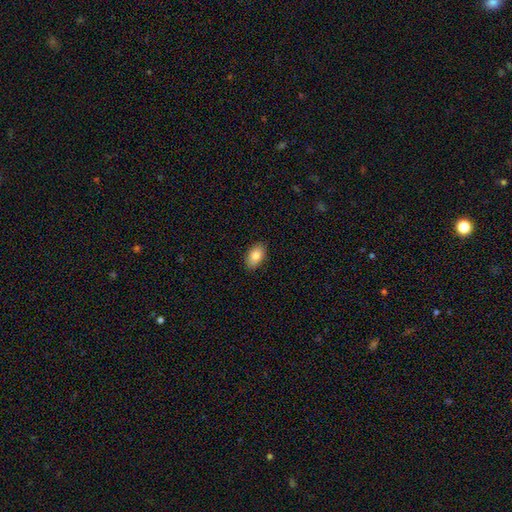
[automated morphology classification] Q: Smooth or featured?
A: smooth (84%); runner-up: featured or disk (9%)
Q: How rounded?
A: in between (92%); runner-up: round (7%)
Q: Merging?
A: none (89%); runner-up: minor disturbance (9%)